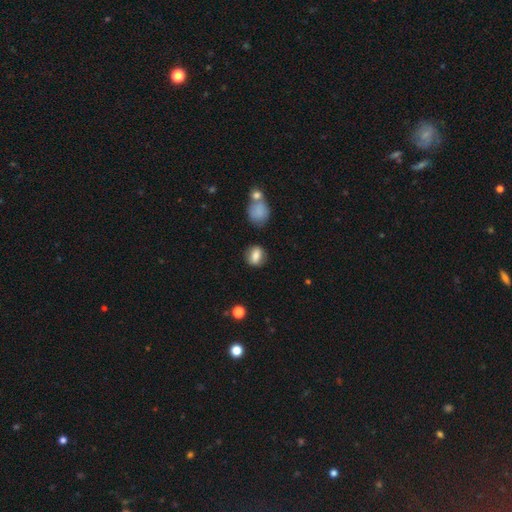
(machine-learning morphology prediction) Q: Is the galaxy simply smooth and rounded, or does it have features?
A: smooth — 78%.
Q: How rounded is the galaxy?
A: in between — 52%.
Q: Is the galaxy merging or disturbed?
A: none — 81%.